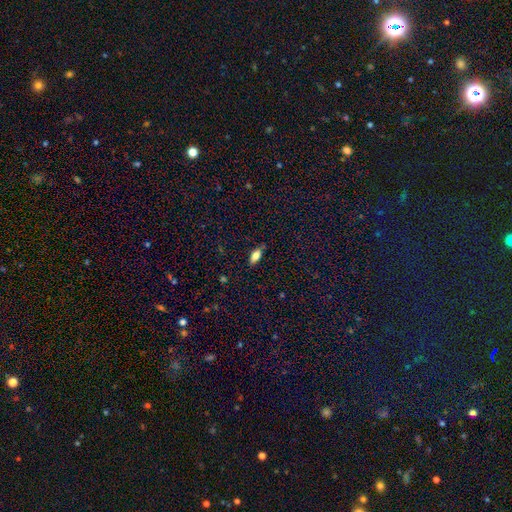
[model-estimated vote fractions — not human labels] A smooth galaxy with no disk features (76%) that is in between round and cigar-shaped (84%). Merging: none (81%).